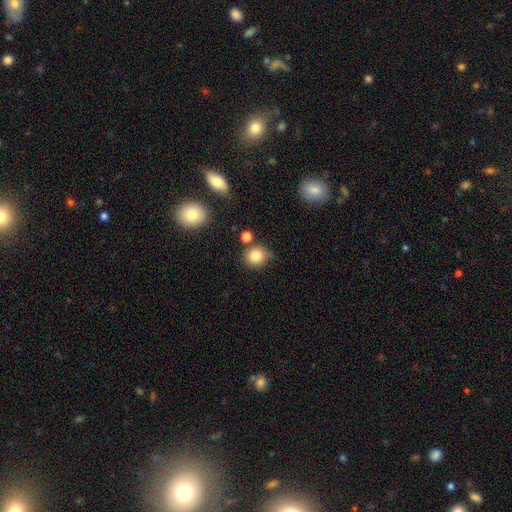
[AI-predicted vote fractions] Q: Smooth or featured?
A: smooth (82%); runner-up: star or artifact (11%)
Q: How rounded?
A: round (81%); runner-up: in between (18%)
Q: Merging?
A: none (71%); runner-up: minor disturbance (15%)